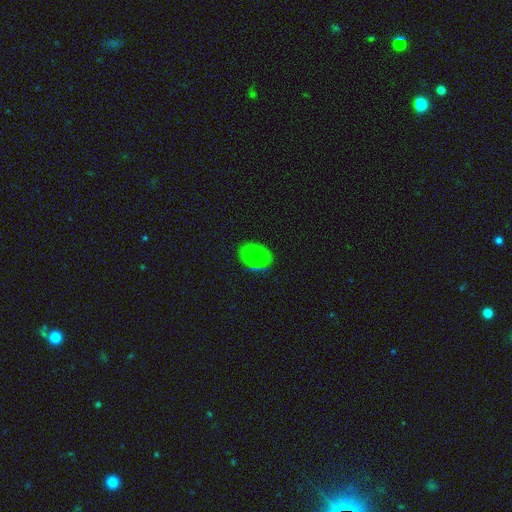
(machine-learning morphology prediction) smooth_or_featured: smooth (p=0.76) [alt: featured or disk p=0.12]
how_rounded: in between (p=0.71) [alt: round p=0.27]
merging: none (p=0.75) [alt: minor disturbance p=0.18]